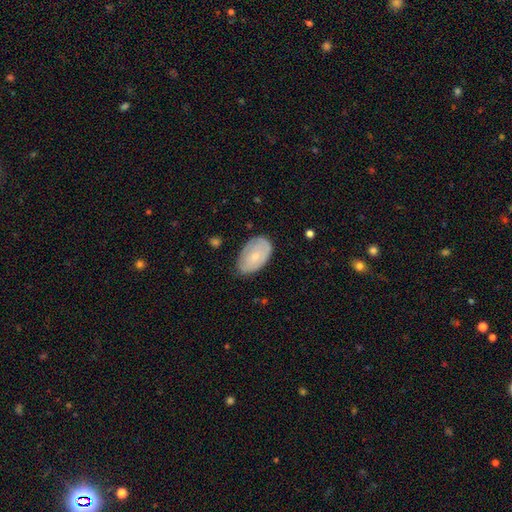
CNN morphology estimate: type=smooth (61%); roundness=in between (91%); merging=none (70%).